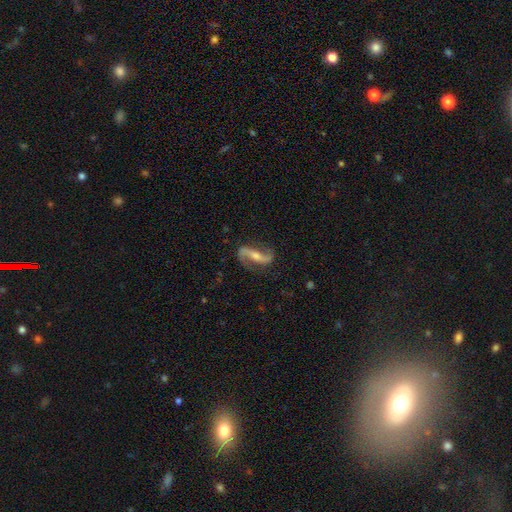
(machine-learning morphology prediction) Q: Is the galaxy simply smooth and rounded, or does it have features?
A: featured or disk — 89%.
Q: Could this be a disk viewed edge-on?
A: no — 93%.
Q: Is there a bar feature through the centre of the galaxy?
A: strong — 50%.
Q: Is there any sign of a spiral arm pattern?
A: yes — 97%.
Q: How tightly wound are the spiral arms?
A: loose — 57%.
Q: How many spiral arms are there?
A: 2 — 92%.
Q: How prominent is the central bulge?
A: moderate — 51%.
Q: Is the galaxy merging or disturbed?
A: none — 79%.